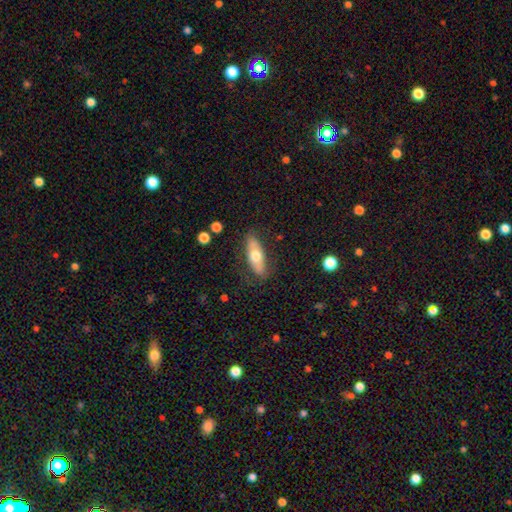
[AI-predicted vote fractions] This appears to be a smooth galaxy with no disk features (60%) that is in between round and cigar-shaped (66%). Merging: none (81%).